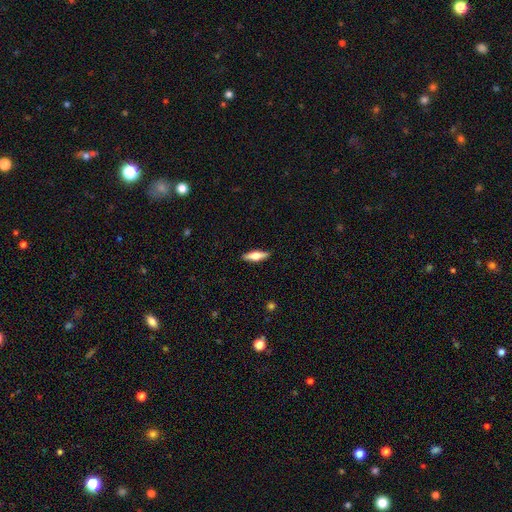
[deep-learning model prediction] smooth 49%, featured or disk 45%, star or artifact 6%. Down the decision tree: merging — none (90%).